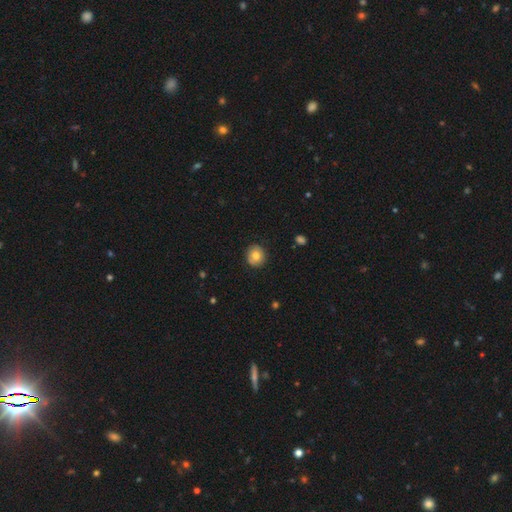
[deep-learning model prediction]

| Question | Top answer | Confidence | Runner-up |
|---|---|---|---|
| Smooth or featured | smooth | 77% | featured or disk (14%) |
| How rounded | round | 88% | in between (11%) |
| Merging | none | 86% | minor disturbance (11%) |